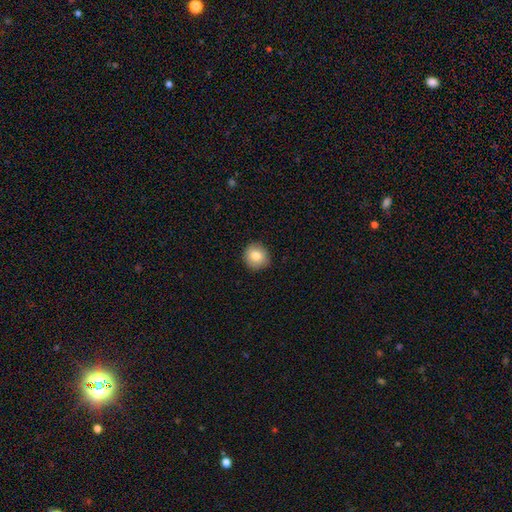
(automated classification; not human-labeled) This is clearly a smooth galaxy (82%). How rounded: clearly round (91%). Merging: clearly none (90%).